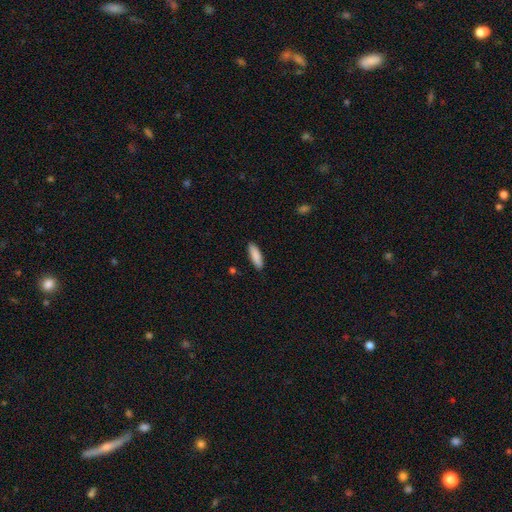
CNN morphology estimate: Overall: smooth (88%). How rounded: cigar-shaped (52%; in between 47%). Merging: none (89%).